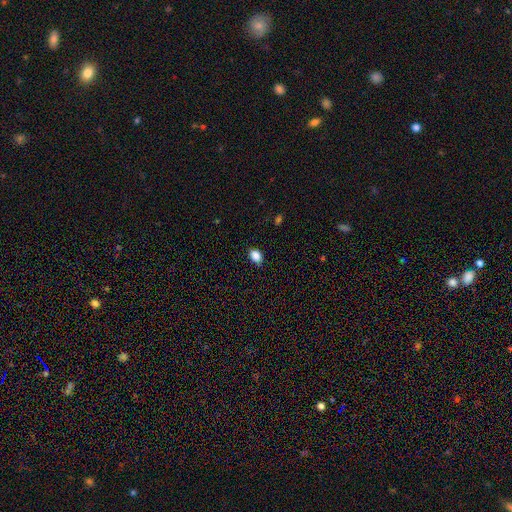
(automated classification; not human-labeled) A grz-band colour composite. It shows a smooth galaxy with no disk features (87%) that is in between round and cigar-shaped (75%). Merging: none (83%).